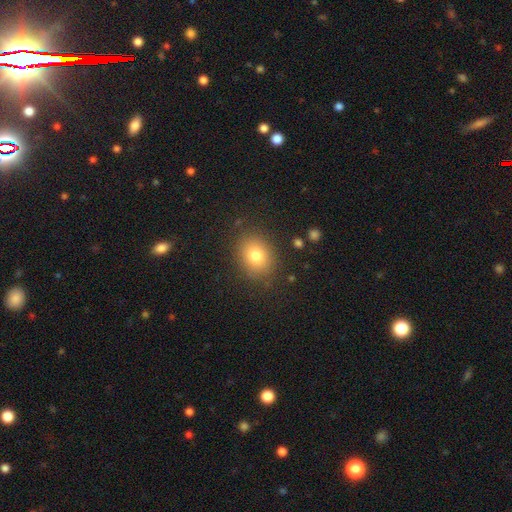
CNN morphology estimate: This appears to be a smooth galaxy with no disk features (79%) that is round (53%). Merging: none (85%).